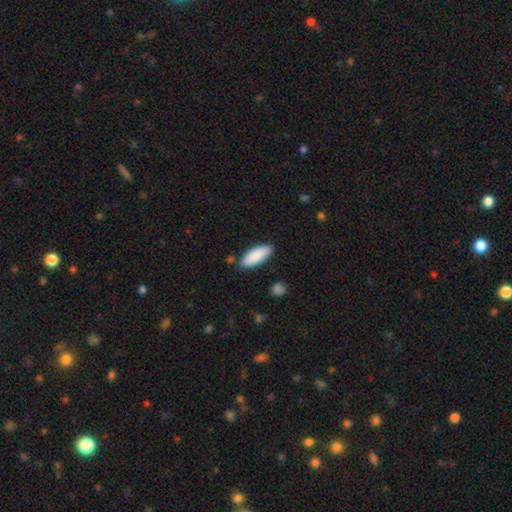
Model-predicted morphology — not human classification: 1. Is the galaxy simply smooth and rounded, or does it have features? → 89% smooth, 5% featured or disk, 5% star or artifact.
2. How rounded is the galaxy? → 73% in between, 26% cigar-shaped, 2% round.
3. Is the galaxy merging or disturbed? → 85% none, 11% minor disturbance, 2% merger, 2% major disturbance.